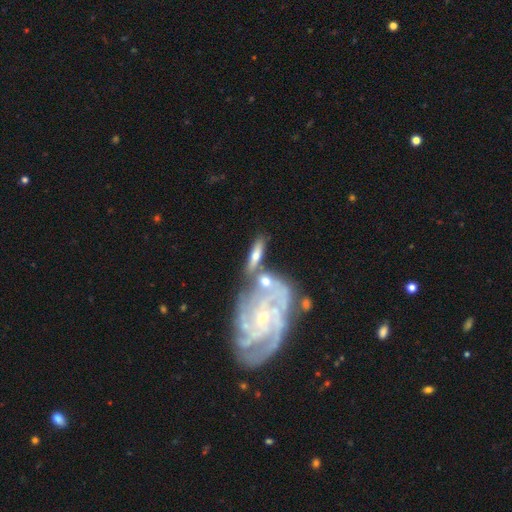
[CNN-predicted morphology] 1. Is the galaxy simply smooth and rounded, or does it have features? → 54% featured or disk, 39% smooth, 7% star or artifact.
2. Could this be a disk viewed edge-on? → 56% no, 44% yes.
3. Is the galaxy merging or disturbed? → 49% none, 29% merger, 15% minor disturbance, 7% major disturbance.